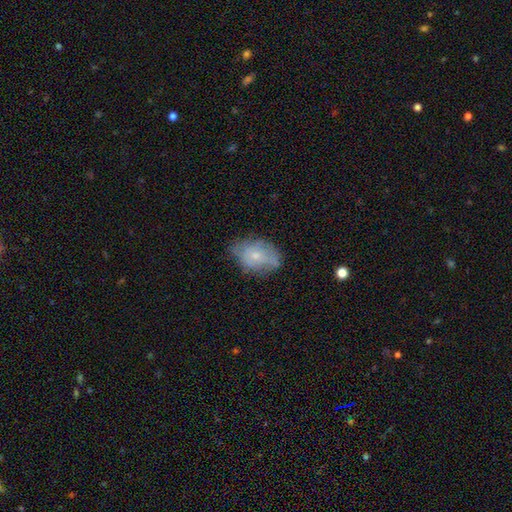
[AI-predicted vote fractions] Smooth or featured? Predicted: smooth (p=0.56). How rounded? Predicted: in between (p=0.81). Merging? Predicted: none (p=0.54).